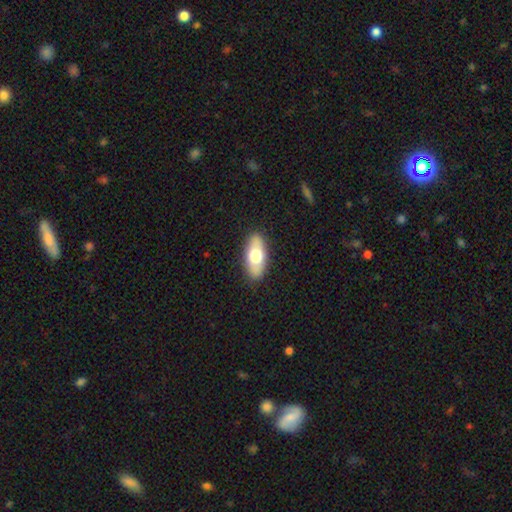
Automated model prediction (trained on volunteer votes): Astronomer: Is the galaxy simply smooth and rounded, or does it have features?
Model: smooth — 65%.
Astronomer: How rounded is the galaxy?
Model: in between — 84%.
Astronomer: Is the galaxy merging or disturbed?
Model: none — 88%.